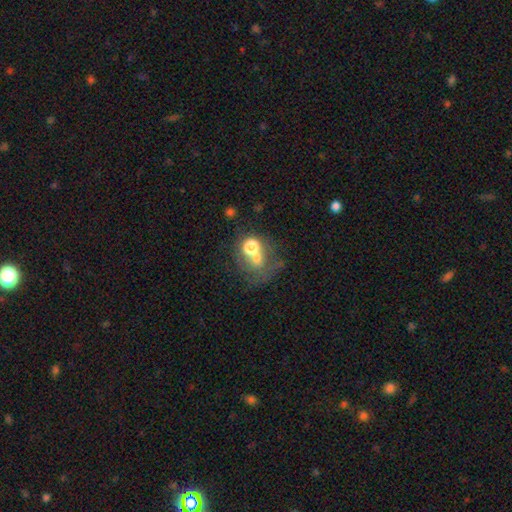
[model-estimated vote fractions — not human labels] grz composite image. It shows a smooth galaxy with no disk features (58%) that is round (71%). Merging: merger (44%).